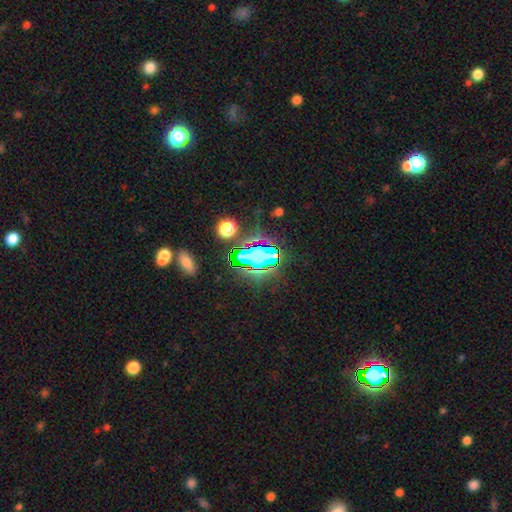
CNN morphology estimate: Smooth or featured? Predicted: star or artifact (p=0.66).